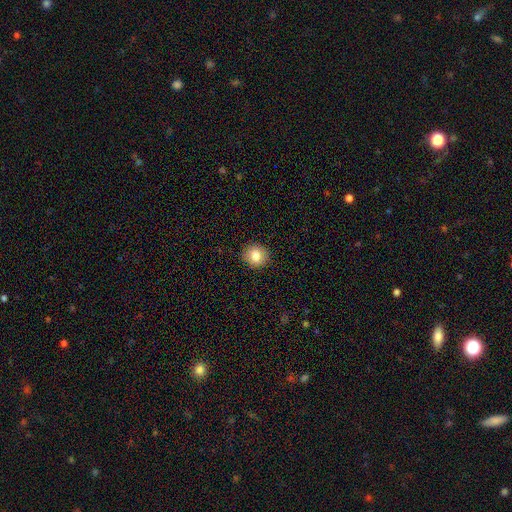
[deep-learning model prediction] Overall: smooth (82%). How rounded: round (86%). Merging: none (91%).